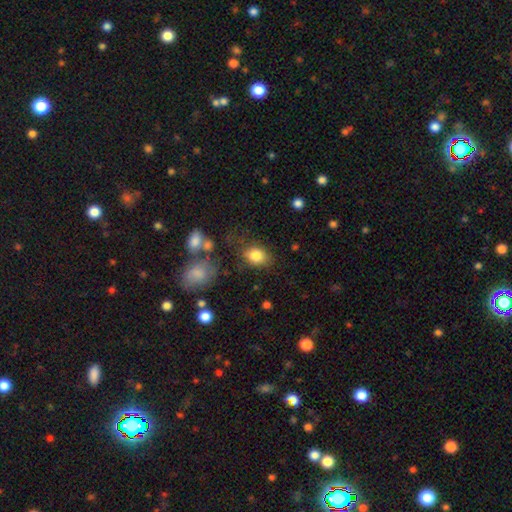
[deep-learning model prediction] A smooth galaxy with no disk features (83%) that is in between round and cigar-shaped (65%). Merging: none (70%).